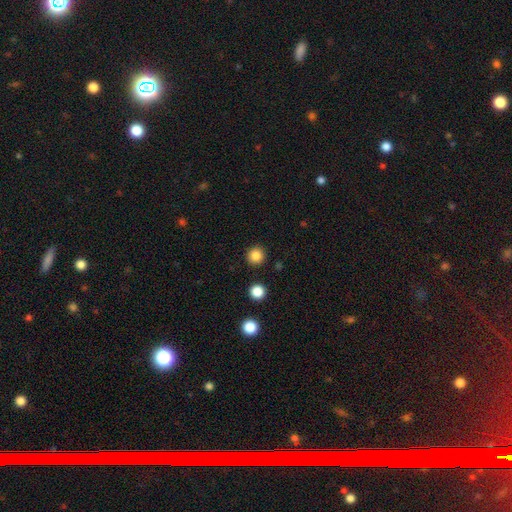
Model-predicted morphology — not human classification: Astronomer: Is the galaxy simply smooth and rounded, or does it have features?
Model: smooth — 84%.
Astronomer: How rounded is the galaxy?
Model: round — 94%.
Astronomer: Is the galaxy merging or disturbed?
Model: none — 92%.